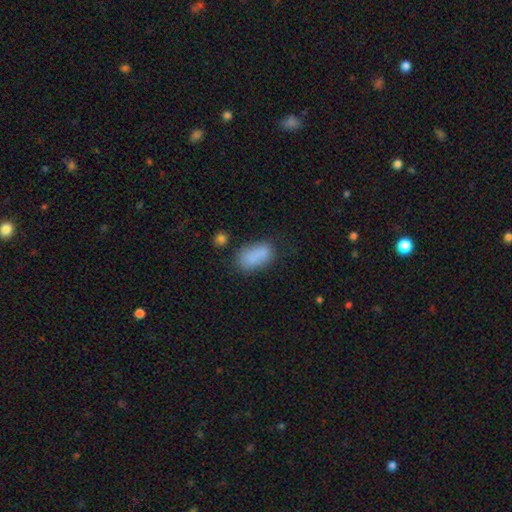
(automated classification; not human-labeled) A smooth galaxy with no disk features (84%) that is in between round and cigar-shaped (91%).

Vote fractions:
- Smooth or featured? smooth: 84% / star or artifact: 8% / featured or disk: 7%
- How rounded? in between: 91% / cigar-shaped: 5% / round: 5%
- Merging? none: 64% / minor disturbance: 22% / major disturbance: 7% / merger: 7%